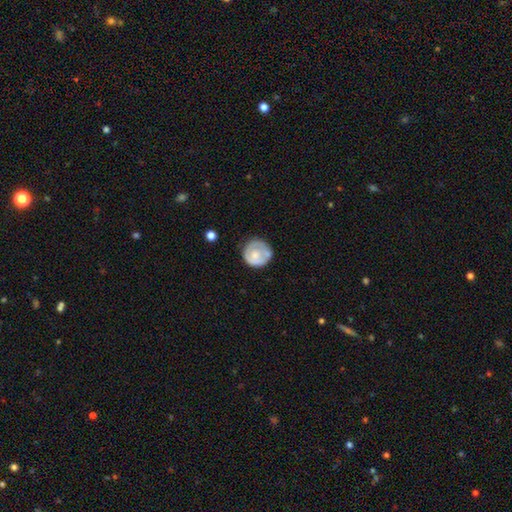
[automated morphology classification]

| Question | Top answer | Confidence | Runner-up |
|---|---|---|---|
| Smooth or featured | smooth | 52% | featured or disk (42%) |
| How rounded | round | 89% | in between (10%) |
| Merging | none | 63% | minor disturbance (23%) |